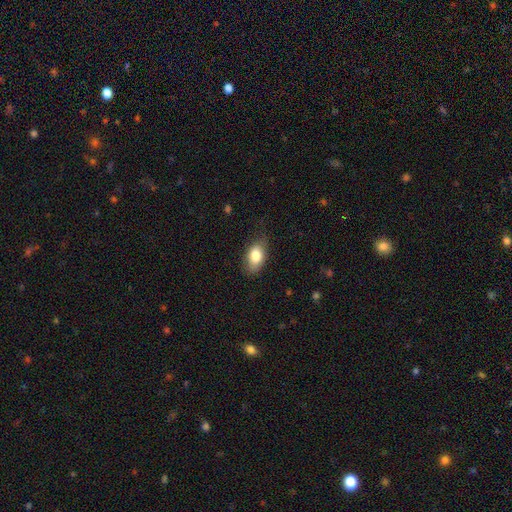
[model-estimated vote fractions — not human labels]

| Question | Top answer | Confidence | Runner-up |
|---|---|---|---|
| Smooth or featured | smooth | 81% | featured or disk (12%) |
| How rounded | in between | 88% | round (10%) |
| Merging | none | 75% | minor disturbance (20%) |